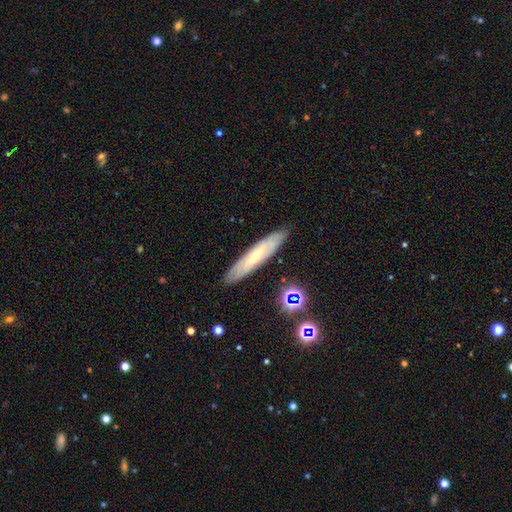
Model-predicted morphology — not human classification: Q: Smooth or featured?
A: featured or disk (53%); runner-up: smooth (38%)
Q: Edge-on disk?
A: yes (57%); runner-up: no (43%)
Q: Merging?
A: none (87%); runner-up: minor disturbance (10%)